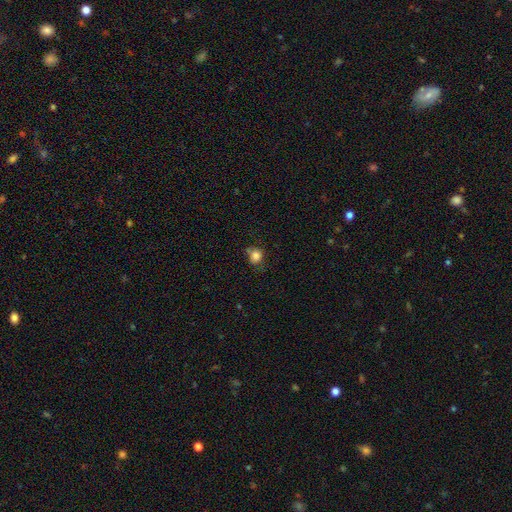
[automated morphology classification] type=smooth (81%); roundness=round (68%); merging=none (57%).